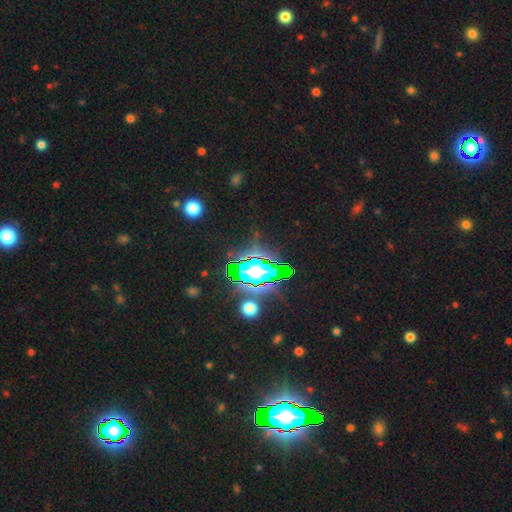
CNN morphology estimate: A star or artifact, not a galaxy (69%).

Vote fractions:
- Smooth or featured? star or artifact: 69% / smooth: 17% / featured or disk: 14%